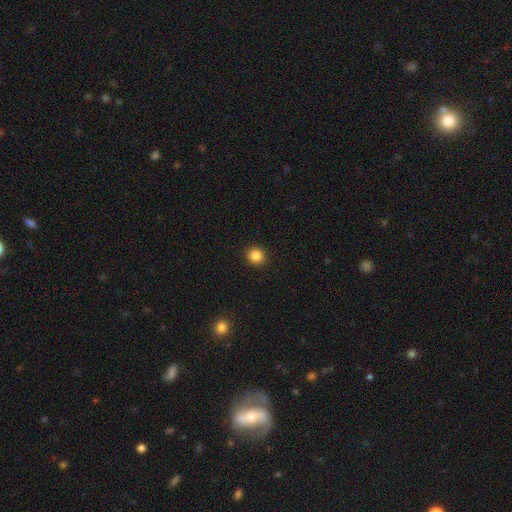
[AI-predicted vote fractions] Smooth or featured: smooth — 85% (star or artifact — 11%)
How rounded: round — 93% (in between — 6%)
Merging: none — 93% (minor disturbance — 5%)